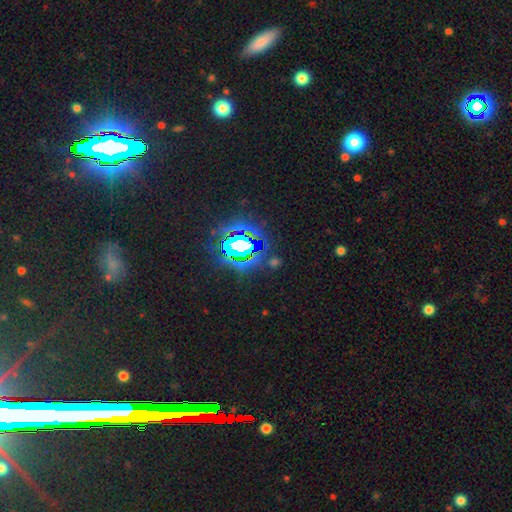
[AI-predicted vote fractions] Overall: star or artifact (82%).